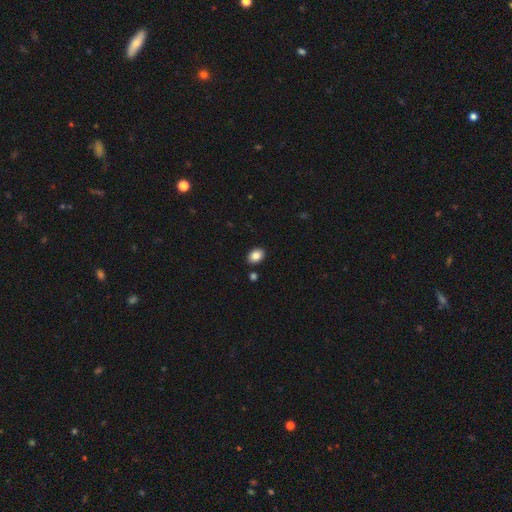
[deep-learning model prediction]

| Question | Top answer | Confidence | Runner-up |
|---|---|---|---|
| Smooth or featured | smooth | 86% | star or artifact (8%) |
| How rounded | in between | 79% | round (20%) |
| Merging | none | 88% | minor disturbance (7%) |